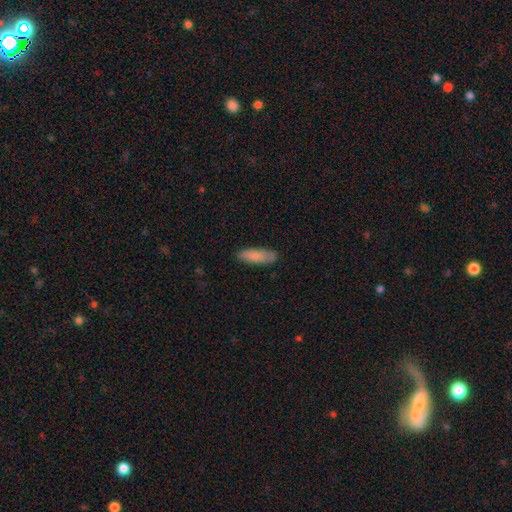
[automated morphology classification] type=smooth (83%); roundness=in between (54%); merging=none (83%).